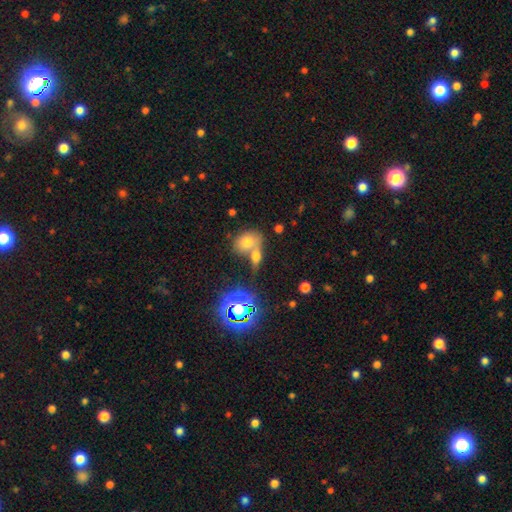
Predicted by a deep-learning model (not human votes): Smooth or featured? smooth (62%)
How rounded? in between (62%)
Merging? merger (50%)